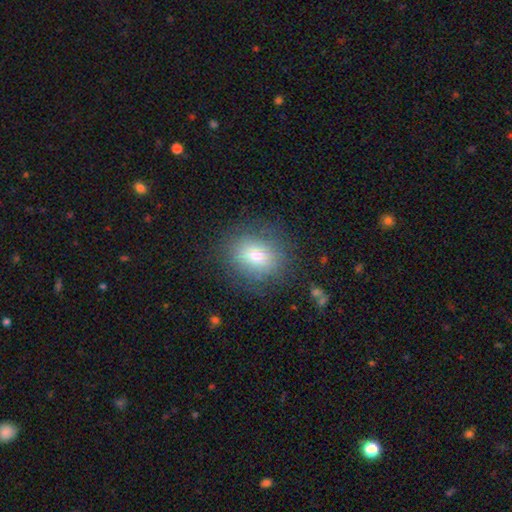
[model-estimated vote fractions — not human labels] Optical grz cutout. It shows a smooth galaxy with no disk features (75%) that is round (52%). Merging: none (80%).